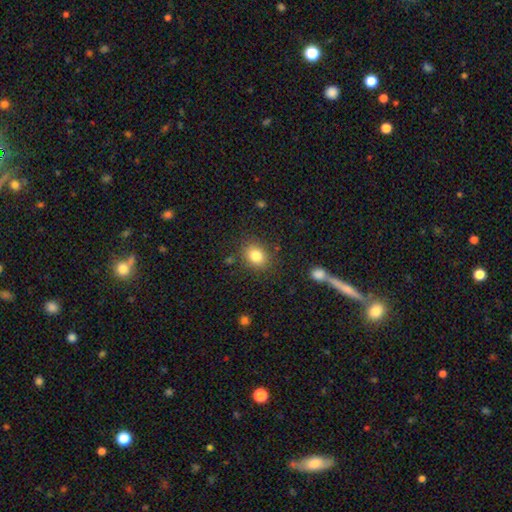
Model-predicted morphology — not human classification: This appears to be a smooth galaxy with no disk features (82%) that is round (51%). Merging: none (83%).